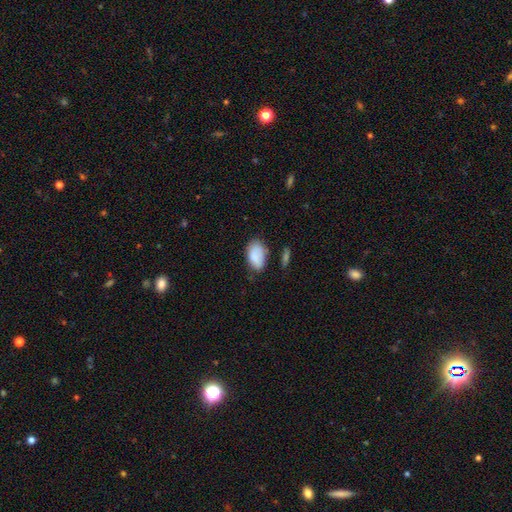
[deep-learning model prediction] Smooth or featured? Predicted: smooth (p=0.84). How rounded? Predicted: in between (p=0.93). Merging? Predicted: none (p=0.61).